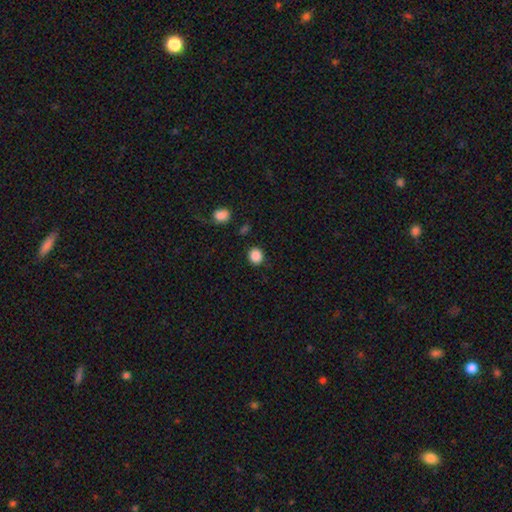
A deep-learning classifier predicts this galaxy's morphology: A smooth galaxy with no disk features (87%) that is round (82%).

Vote fractions:
- Smooth or featured? smooth: 87% / star or artifact: 10% / featured or disk: 3%
- How rounded? round: 82% / in between: 17% / cigar-shaped: 1%
- Merging? none: 88% / minor disturbance: 7% / major disturbance: 3% / merger: 2%